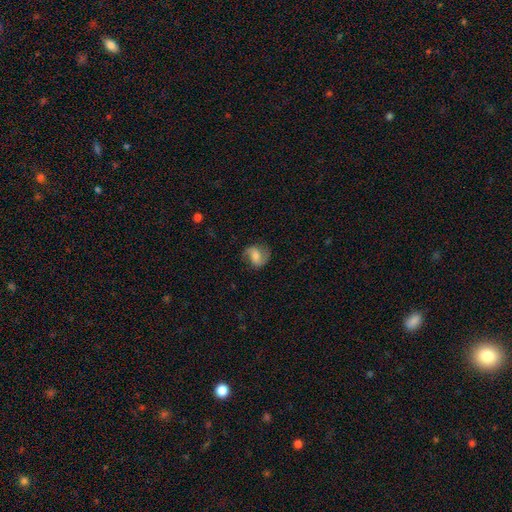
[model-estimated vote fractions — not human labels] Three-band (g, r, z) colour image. It shows a featured or disk galaxy (67%) with a weak bar (44%), 2 (88%) medium (44%) spiral arms (93%) and a moderate central bulge (47%). Merging: none (77%).